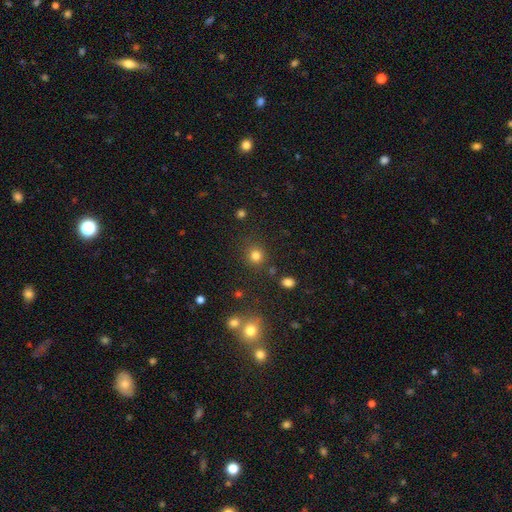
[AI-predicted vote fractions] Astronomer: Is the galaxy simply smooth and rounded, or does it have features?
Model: smooth — 80%.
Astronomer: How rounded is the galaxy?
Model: round — 88%.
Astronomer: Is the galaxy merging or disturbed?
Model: none — 83%.